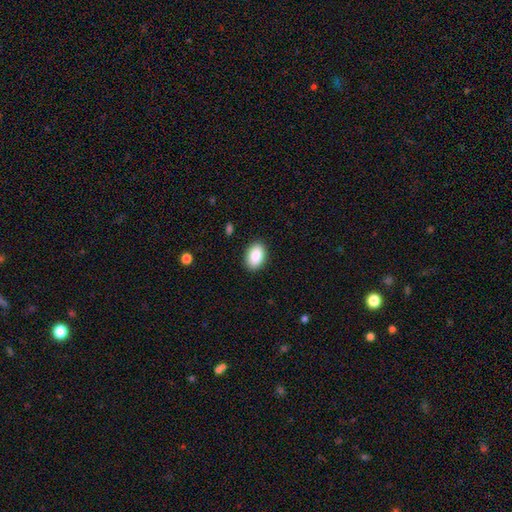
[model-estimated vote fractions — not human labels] Smooth or featured? smooth (89%)
How rounded? in between (90%)
Merging? none (89%)